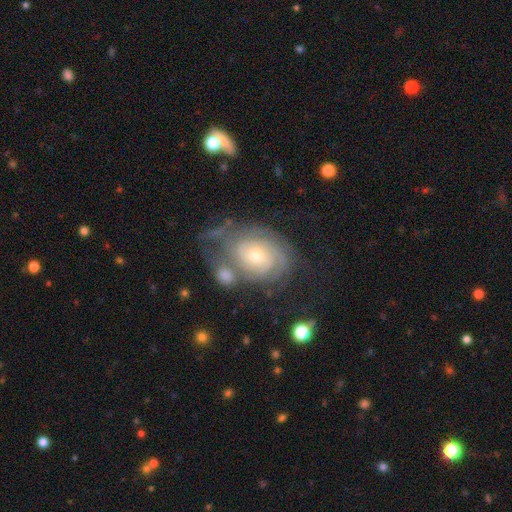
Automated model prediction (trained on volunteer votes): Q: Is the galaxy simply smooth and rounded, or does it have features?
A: featured or disk — 80%.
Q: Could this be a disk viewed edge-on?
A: no — 97%.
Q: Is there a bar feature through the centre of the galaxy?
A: no — 73%.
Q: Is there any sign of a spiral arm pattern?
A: yes — 93%.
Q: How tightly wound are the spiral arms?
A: tight — 70%.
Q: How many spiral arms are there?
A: can't tell — 42%.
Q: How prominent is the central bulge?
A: small — 51%.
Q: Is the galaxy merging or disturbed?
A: none — 49%.